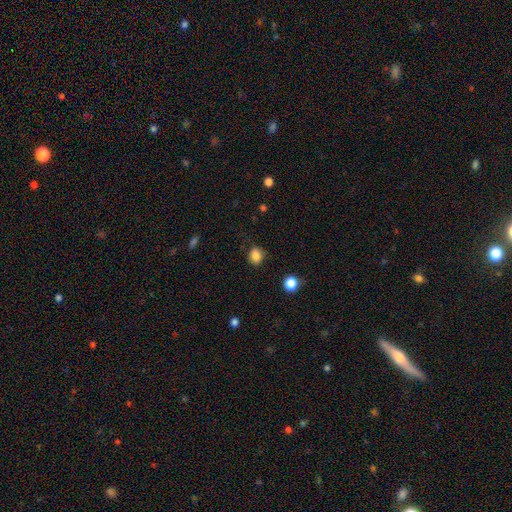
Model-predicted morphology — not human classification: Smooth or featured? smooth (84%)
How rounded? round (63%)
Merging? none (80%)